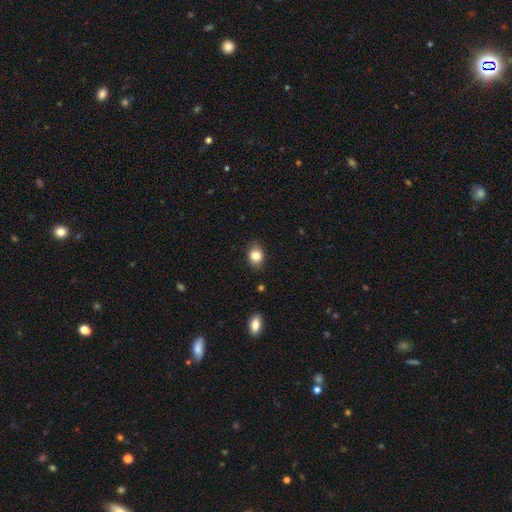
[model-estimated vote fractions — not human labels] smooth 84%, star or artifact 9%, featured or disk 7%. Down the decision tree: how rounded — in between (61%); merging — none (84%).